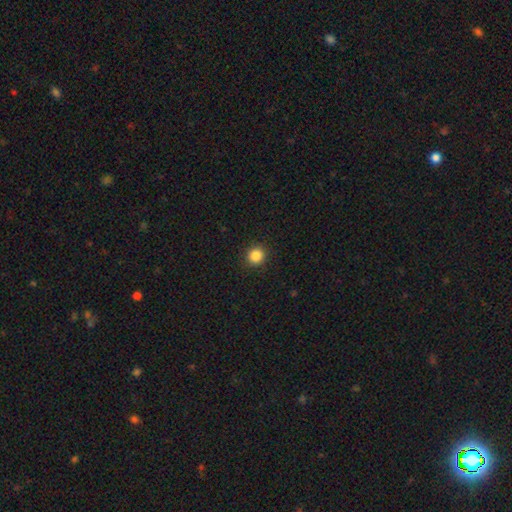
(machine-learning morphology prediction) type=smooth (86%); roundness=round (91%); merging=none (92%).